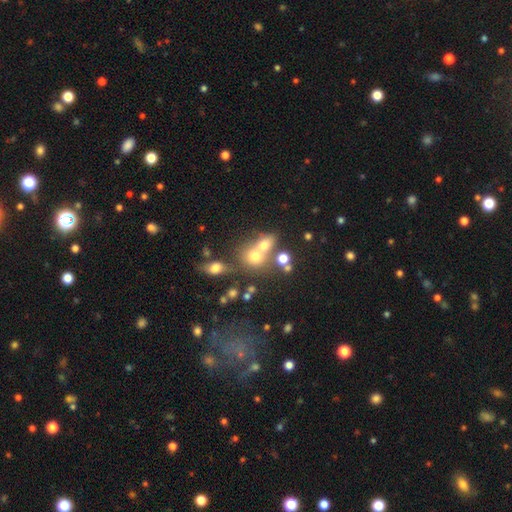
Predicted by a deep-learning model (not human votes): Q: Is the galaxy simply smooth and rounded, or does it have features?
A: smooth — 60%.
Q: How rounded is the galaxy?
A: round — 64%.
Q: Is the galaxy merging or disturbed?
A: merger — 54%.